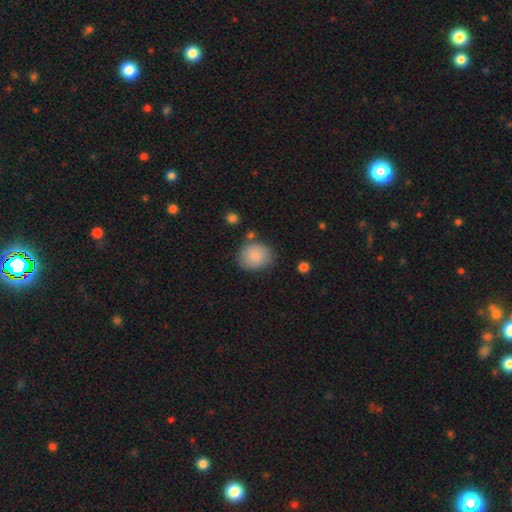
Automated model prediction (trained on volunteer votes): smooth_or_featured: smooth (p=0.86) [alt: featured or disk p=0.07]
how_rounded: round (p=0.69) [alt: in between p=0.30]
merging: none (p=0.74) [alt: minor disturbance p=0.16]